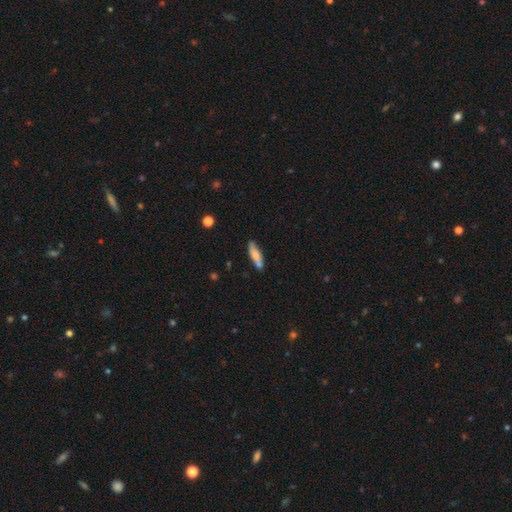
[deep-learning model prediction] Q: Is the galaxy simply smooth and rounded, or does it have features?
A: smooth — 70%.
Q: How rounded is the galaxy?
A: cigar-shaped — 61%.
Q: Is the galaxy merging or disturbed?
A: none — 66%.